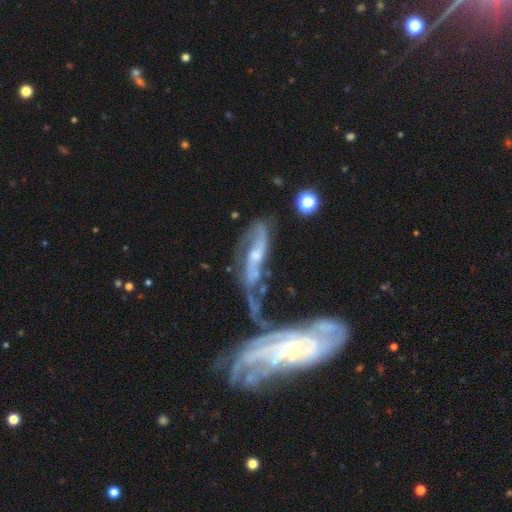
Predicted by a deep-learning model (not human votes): smooth_or_featured: featured or disk (p=0.83) [alt: smooth p=0.10]
disk_edge_on: no (p=0.86) [alt: yes p=0.14]
bar: no (p=0.47) [alt: weak p=0.36]
has_spiral_arms: yes (p=0.93) [alt: no p=0.07]
spiral_winding: medium (p=0.40) [alt: loose p=0.34]
spiral_arm_count: 2 (p=0.70) [alt: can't tell p=0.17]
bulge_size: small (p=0.50) [alt: moderate p=0.41]
merging: none (p=0.37) [alt: merger p=0.32]